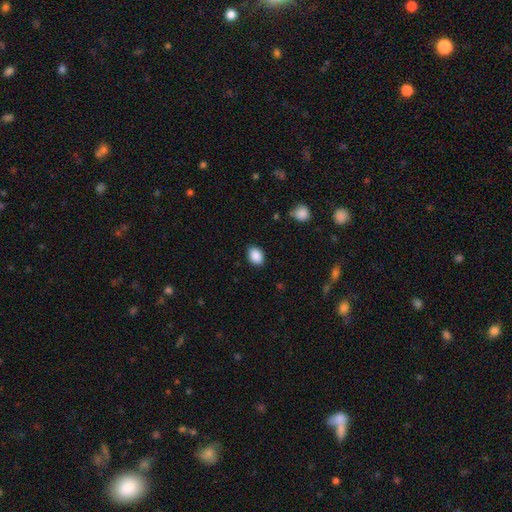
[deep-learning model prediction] smooth-or-featured: smooth: 89% | star or artifact: 8% | featured or disk: 3%
  how-rounded: in between: 73% | round: 26% | cigar-shaped: 1%
  merging: none: 87% | minor disturbance: 10% | major disturbance: 2% | merger: 1%